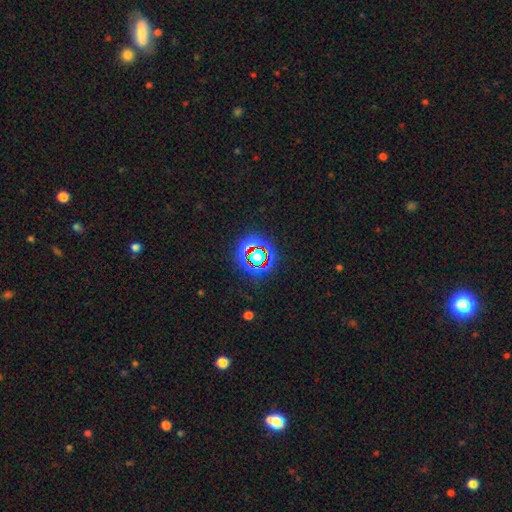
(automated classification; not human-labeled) A star or artifact, not a galaxy (69%).

Vote fractions:
- Smooth or featured? star or artifact: 69% / smooth: 20% / featured or disk: 10%